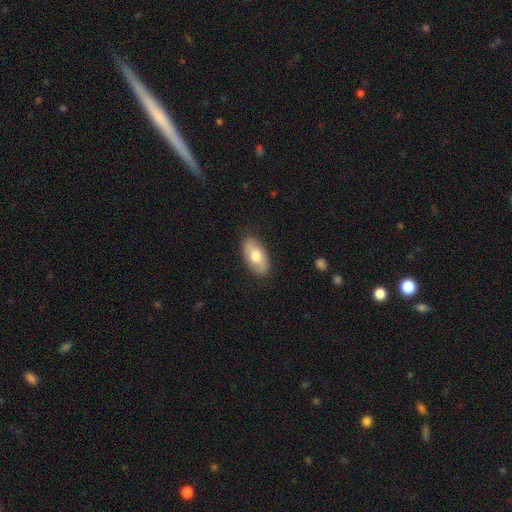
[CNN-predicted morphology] Smooth or featured?
  - smooth: 69% *
  - featured or disk: 25%
  - star or artifact: 6%
How rounded?
  - in between: 93% *
  - cigar-shaped: 4%
  - round: 3%
Merging?
  - none: 85% *
  - minor disturbance: 11%
  - major disturbance: 2%
  - merger: 1%